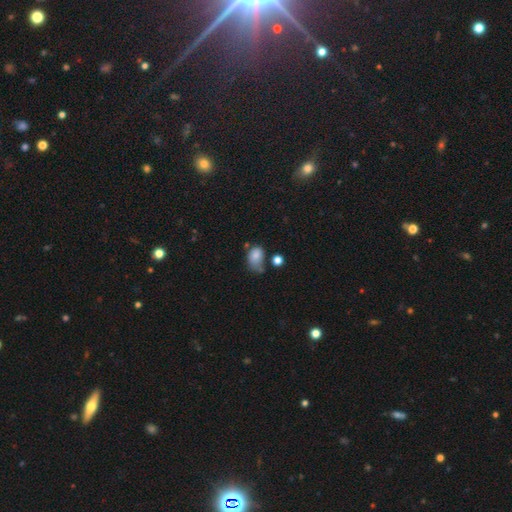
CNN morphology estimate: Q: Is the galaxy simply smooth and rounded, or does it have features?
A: smooth — 80%.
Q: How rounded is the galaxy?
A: in between — 75%.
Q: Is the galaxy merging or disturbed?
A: none — 34%.